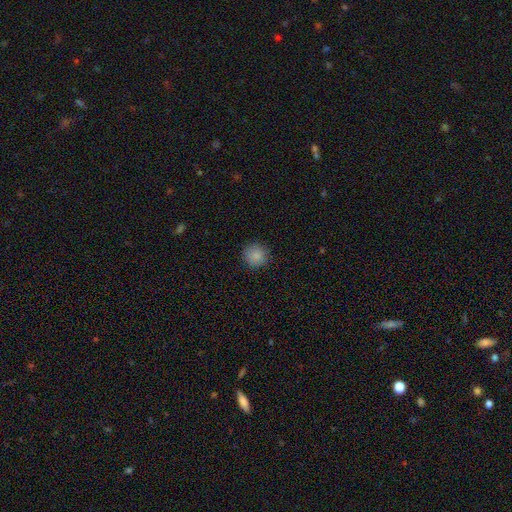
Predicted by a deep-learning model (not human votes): The model was most divided on "smooth or featured": smooth: 87%, star or artifact: 10%, featured or disk: 3%. More confident: how rounded — round (94%); merging — none (90%).